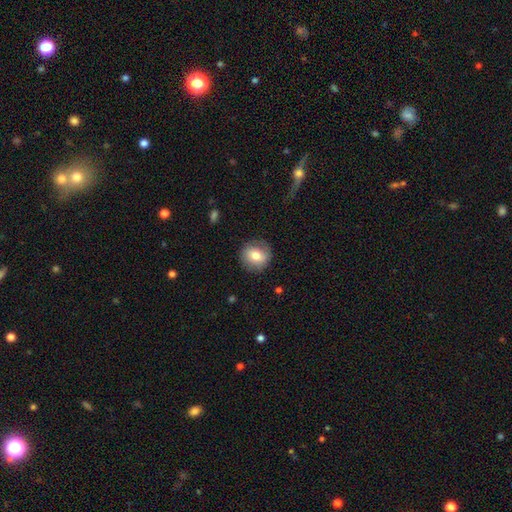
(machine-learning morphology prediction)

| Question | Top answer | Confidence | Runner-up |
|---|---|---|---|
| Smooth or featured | smooth | 72% | featured or disk (20%) |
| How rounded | round | 88% | in between (11%) |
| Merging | none | 84% | minor disturbance (12%) |